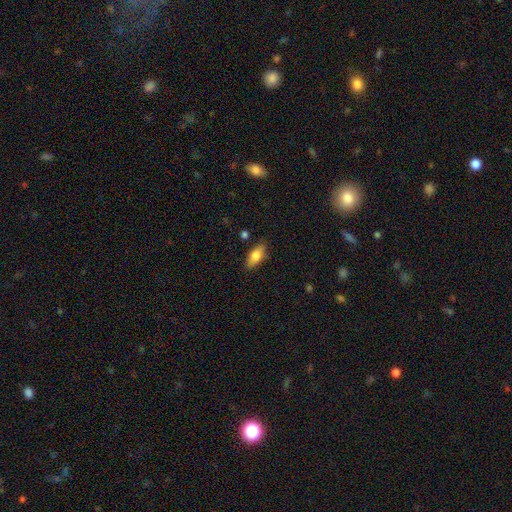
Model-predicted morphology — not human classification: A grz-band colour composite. It shows a smooth galaxy with no disk features (73%) that is in between round and cigar-shaped (79%). Merging: none (84%).